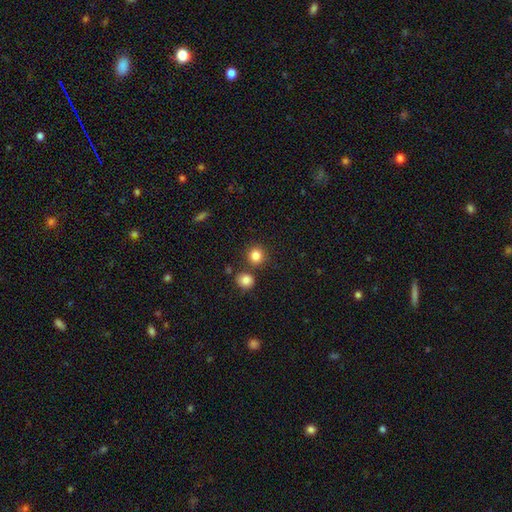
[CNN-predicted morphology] smooth-or-featured: smooth: 84% | star or artifact: 11% | featured or disk: 5%
  how-rounded: round: 90% | in between: 9% | cigar-shaped: 1%
  merging: none: 82% | merger: 9% | minor disturbance: 7% | major disturbance: 2%